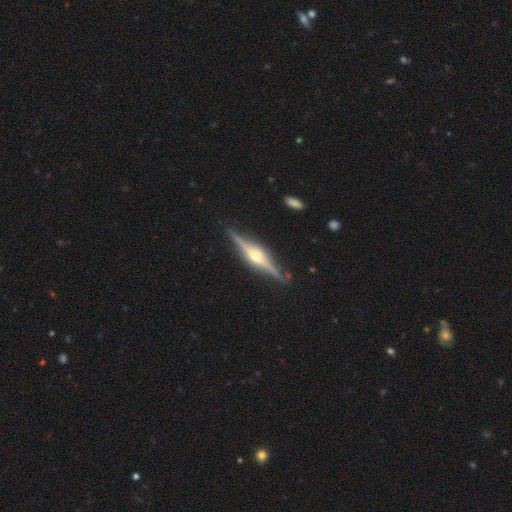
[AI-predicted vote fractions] This is clearly a featured or disk galaxy (87%). It is clearly viewed edge-on (98%). Edge-on bulge: clearly rounded (91%). Merging: clearly none (89%).